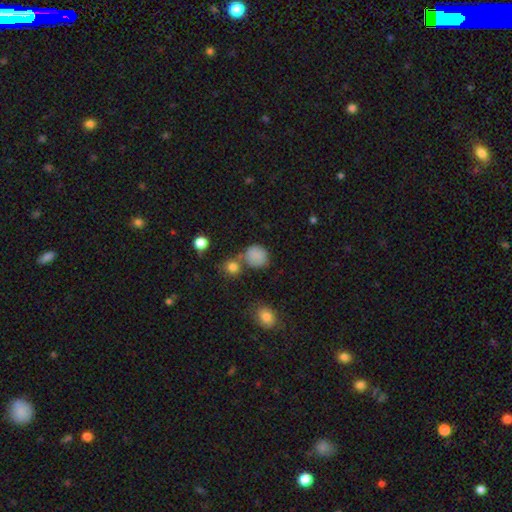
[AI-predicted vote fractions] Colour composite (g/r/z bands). It shows a smooth galaxy with no disk features (82%) that is round (80%). Merging: none (62%).